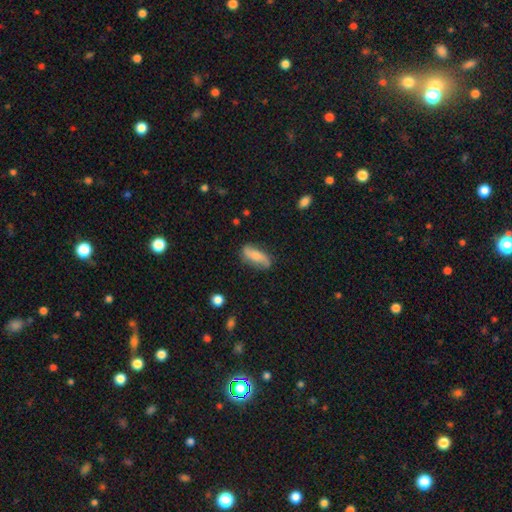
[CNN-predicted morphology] Smooth or featured: smooth — 51% (featured or disk — 42%)
How rounded: in between — 72% (cigar-shaped — 24%)
Merging: none — 73% (minor disturbance — 20%)